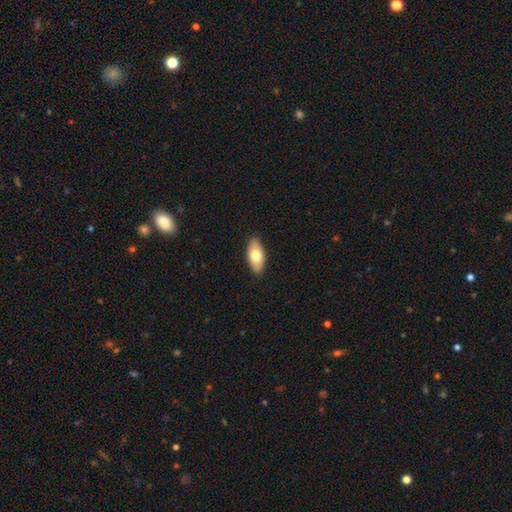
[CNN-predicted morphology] Smooth or featured?
  - smooth: 73% *
  - featured or disk: 21%
  - star or artifact: 6%
How rounded?
  - in between: 89% *
  - cigar-shaped: 9%
  - round: 3%
Merging?
  - none: 90% *
  - minor disturbance: 8%
  - major disturbance: 2%
  - merger: 1%